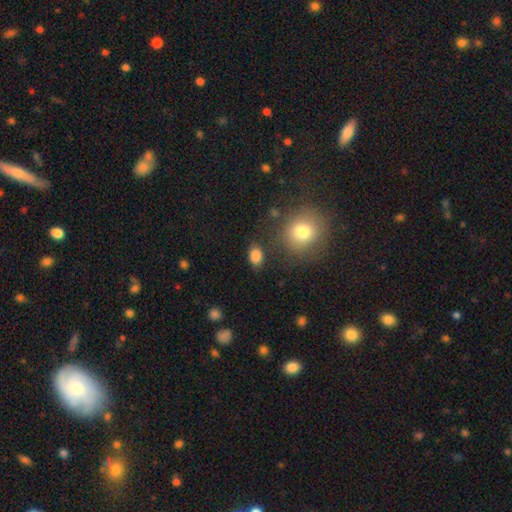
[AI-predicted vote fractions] Smooth or featured: smooth — 85% (star or artifact — 10%)
How rounded: in between — 79% (round — 19%)
Merging: none — 81% (minor disturbance — 12%)